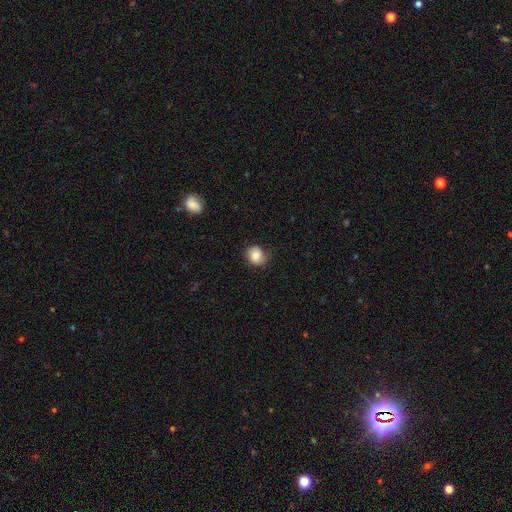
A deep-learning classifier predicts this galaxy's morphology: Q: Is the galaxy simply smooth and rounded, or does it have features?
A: smooth — 76%.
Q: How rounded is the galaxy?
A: round — 74%.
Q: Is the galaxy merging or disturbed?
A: none — 70%.